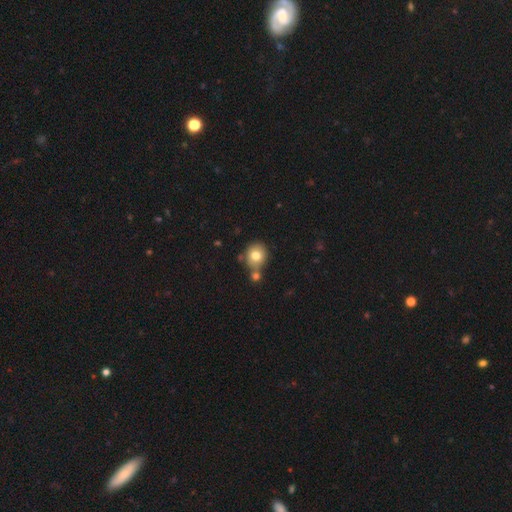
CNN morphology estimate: Overall: smooth (77%). How rounded: round (83%). Merging: none (56%; merger 28%).